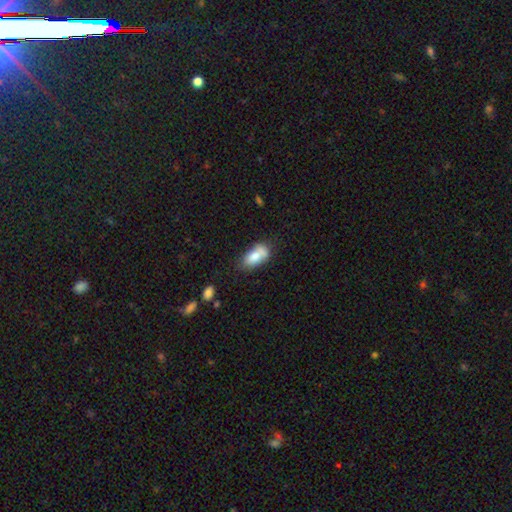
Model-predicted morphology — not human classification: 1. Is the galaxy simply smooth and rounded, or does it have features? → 76% smooth, 17% featured or disk, 7% star or artifact.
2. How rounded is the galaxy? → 90% in between, 5% cigar-shaped, 5% round.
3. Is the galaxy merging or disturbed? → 48% none, 28% minor disturbance, 15% merger, 9% major disturbance.